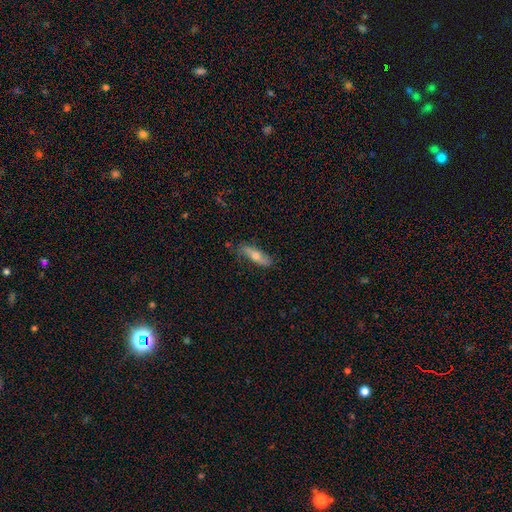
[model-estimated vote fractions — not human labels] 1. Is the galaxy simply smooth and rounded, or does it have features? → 48% smooth, 45% featured or disk, 7% star or artifact.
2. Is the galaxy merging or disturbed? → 71% none, 22% minor disturbance, 5% major disturbance, 2% merger.